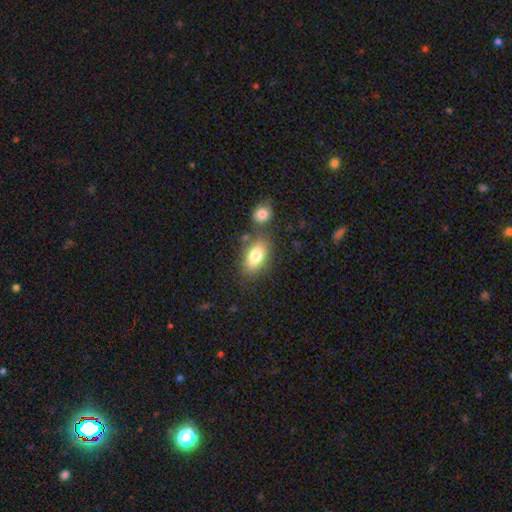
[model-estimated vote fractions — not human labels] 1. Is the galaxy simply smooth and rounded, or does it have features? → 80% smooth, 12% featured or disk, 8% star or artifact.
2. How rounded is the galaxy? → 88% in between, 9% round, 3% cigar-shaped.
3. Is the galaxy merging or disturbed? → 65% none, 18% merger, 13% minor disturbance, 4% major disturbance.